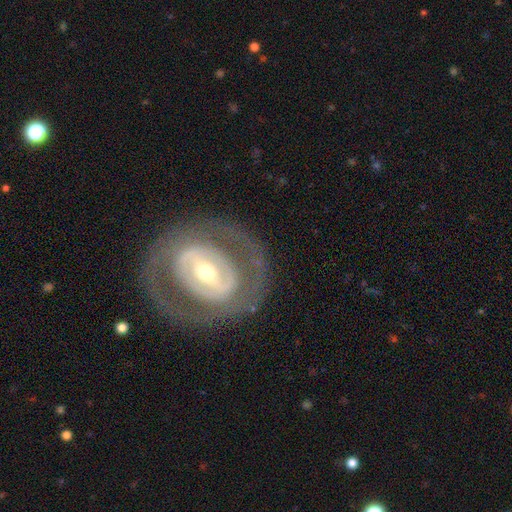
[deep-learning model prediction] Q: Smooth or featured?
A: featured or disk (75%); runner-up: smooth (19%)
Q: Edge-on disk?
A: no (94%); runner-up: yes (6%)
Q: Bar?
A: strong (38%); runner-up: weak (31%)
Q: Spiral arms?
A: no (58%); runner-up: yes (42%)
Q: Bulge size?
A: moderate (55%); runner-up: small (34%)
Q: Merging?
A: none (78%); runner-up: minor disturbance (11%)